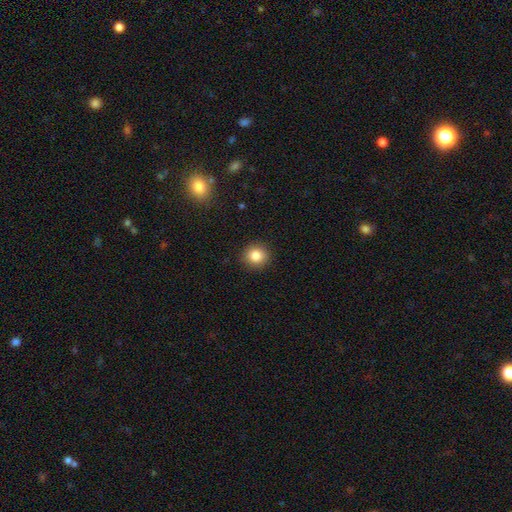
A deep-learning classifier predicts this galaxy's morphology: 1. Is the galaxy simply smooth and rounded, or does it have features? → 84% smooth, 10% star or artifact, 6% featured or disk.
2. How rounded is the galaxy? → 90% round, 9% in between, 1% cigar-shaped.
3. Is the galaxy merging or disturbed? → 91% none, 6% minor disturbance, 2% major disturbance, 1% merger.